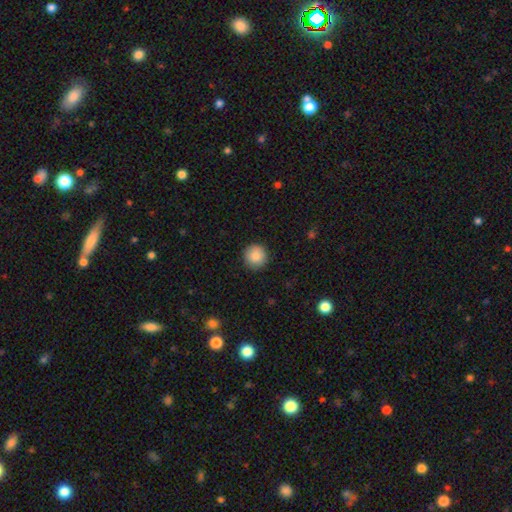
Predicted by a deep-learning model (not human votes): A smooth galaxy with no disk features (88%) that is round (95%).

Vote fractions:
- Smooth or featured? smooth: 88% / star or artifact: 8% / featured or disk: 4%
- How rounded? round: 95% / in between: 4% / cigar-shaped: 1%
- Merging? none: 91% / minor disturbance: 6% / major disturbance: 2% / merger: 1%